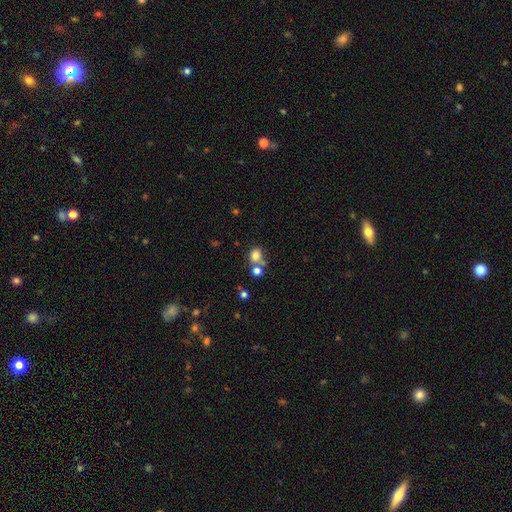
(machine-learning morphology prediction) A smooth galaxy with no disk features (76%) that is round (69%).

Vote fractions:
- Smooth or featured? smooth: 76% / star or artifact: 14% / featured or disk: 10%
- How rounded? round: 69% / in between: 30% / cigar-shaped: 1%
- Merging? none: 49% / merger: 33% / minor disturbance: 12% / major disturbance: 6%